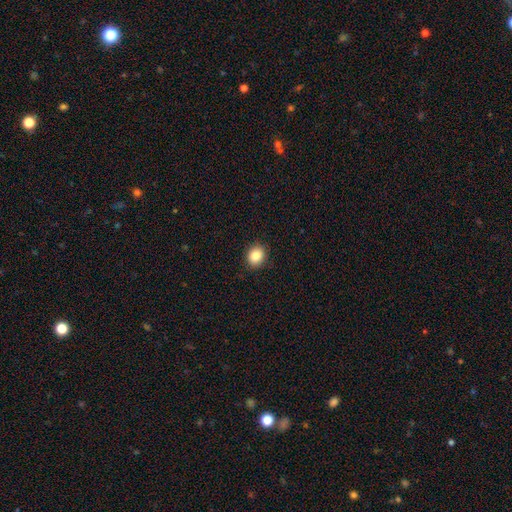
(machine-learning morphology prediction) Smooth or featured? Predicted: smooth (p=0.86). How rounded? Predicted: round (p=0.66). Merging? Predicted: none (p=0.91).